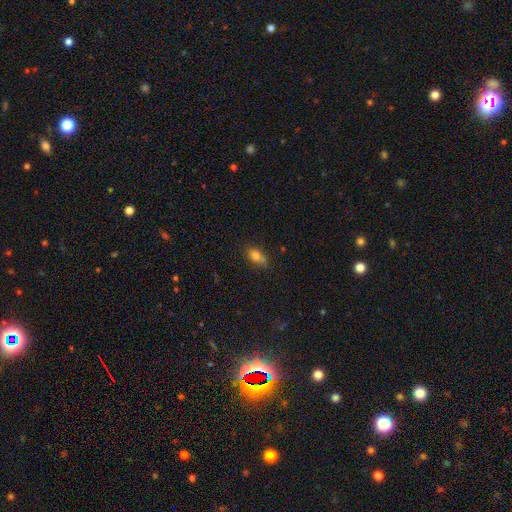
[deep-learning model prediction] Morphology: type=smooth (78%); roundness=in between (72%); merging=none (57%).